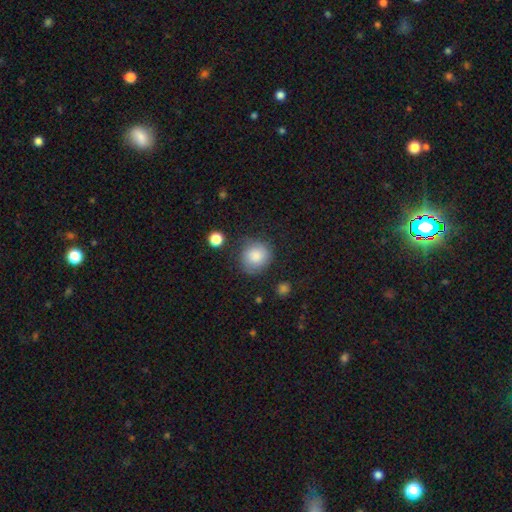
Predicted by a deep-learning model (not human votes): Smooth or featured: smooth — 79% (featured or disk — 12%)
How rounded: round — 86% (in between — 13%)
Merging: none — 74% (minor disturbance — 17%)